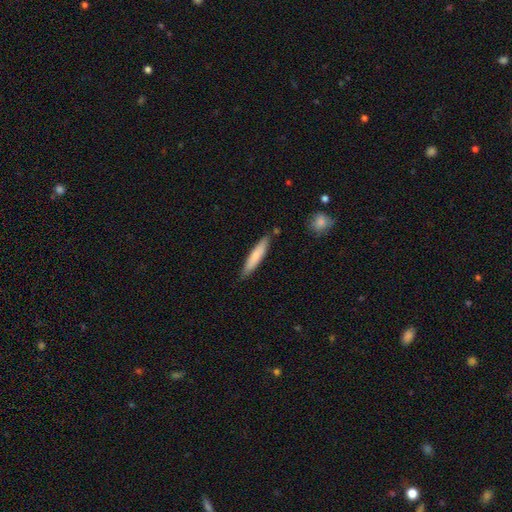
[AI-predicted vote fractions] A smooth galaxy with no disk features (74%) that is cigar-shaped (87%).

Vote fractions:
- Smooth or featured? smooth: 74% / featured or disk: 20% / star or artifact: 6%
- How rounded? cigar-shaped: 87% / in between: 12% / round: 1%
- Merging? none: 83% / minor disturbance: 12% / merger: 3% / major disturbance: 2%